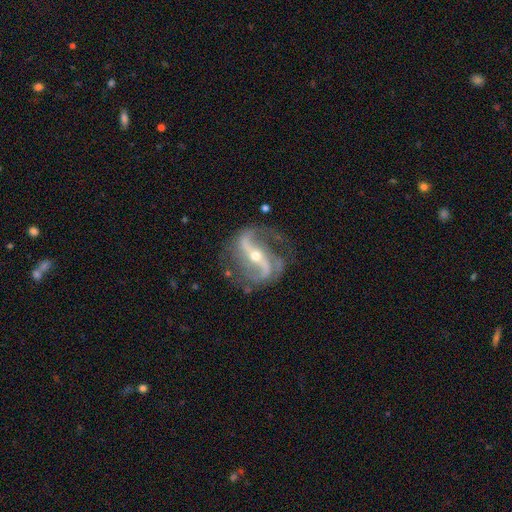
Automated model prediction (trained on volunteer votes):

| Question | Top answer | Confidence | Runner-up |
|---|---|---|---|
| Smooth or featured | featured or disk | 91% | star or artifact (6%) |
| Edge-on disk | no | 96% | yes (4%) |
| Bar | strong | 54% | weak (25%) |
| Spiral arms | yes | 97% | no (3%) |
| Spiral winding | loose | 53% | medium (38%) |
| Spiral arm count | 2 | 90% | 3 (3%) |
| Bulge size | small | 56% | moderate (41%) |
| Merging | none | 70% | minor disturbance (17%) |